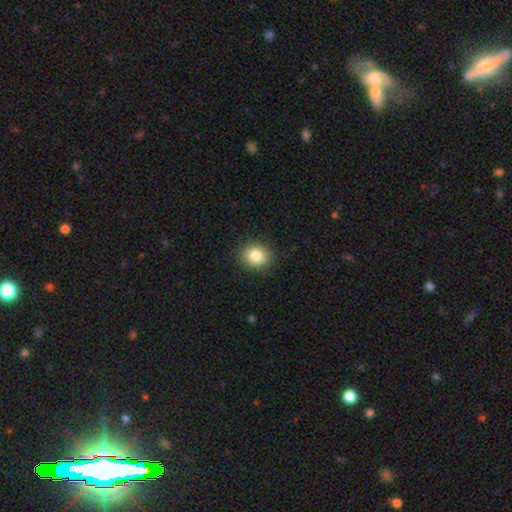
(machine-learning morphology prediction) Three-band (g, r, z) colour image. It shows a smooth galaxy with no disk features (84%) that is round (74%). Merging: none (90%).